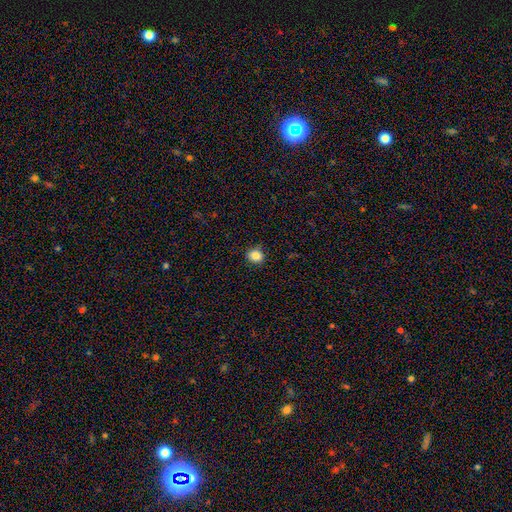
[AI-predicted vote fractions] Overall: smooth (84%). How rounded: round (78%). Merging: none (86%).